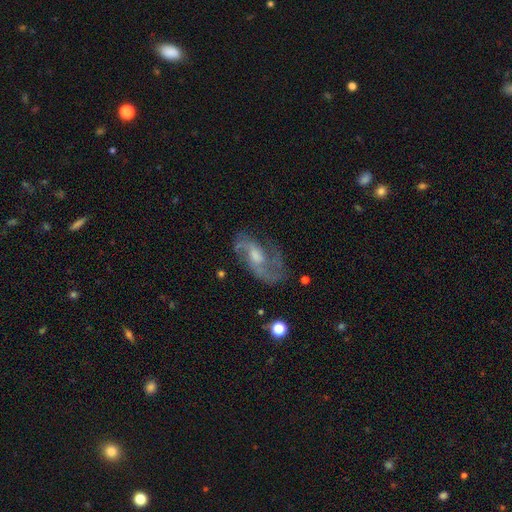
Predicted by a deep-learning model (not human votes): Morphology: type=featured or disk (82%); edge-on=no (95%); bar=no (47%); spiral arms=yes (93%); winding=medium (48%); arm count=2 (73%); bulge=moderate (51%); merging=none (60%).